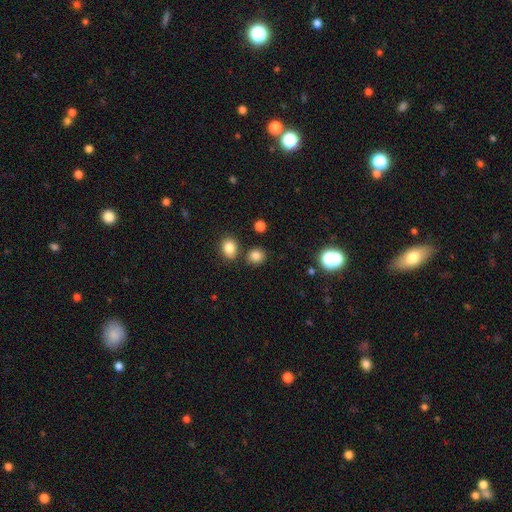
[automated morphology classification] The model was most divided on "how rounded": round: 76%, in between: 23%, cigar-shaped: 1%. More confident: smooth or featured — smooth (82%); merging — none (80%).